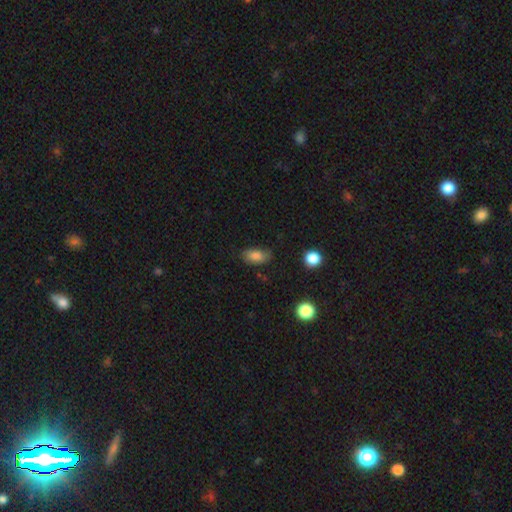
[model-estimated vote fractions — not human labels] The model was most divided on "merging": none: 72%, minor disturbance: 22%, major disturbance: 4%, merger: 2%. More confident: how rounded — in between (90%); smooth or featured — smooth (81%).